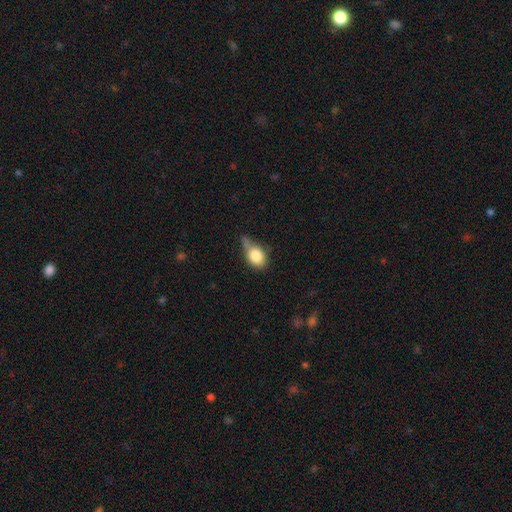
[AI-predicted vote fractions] This appears to be a smooth galaxy with no disk features (82%) that is in between round and cigar-shaped (70%). Merging: minor disturbance (38%).